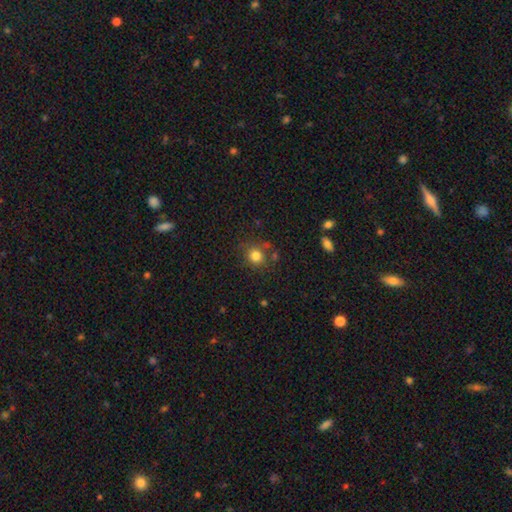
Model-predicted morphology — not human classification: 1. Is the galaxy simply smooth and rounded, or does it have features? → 80% smooth, 12% star or artifact, 7% featured or disk.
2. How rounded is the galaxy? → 86% round, 13% in between, 1% cigar-shaped.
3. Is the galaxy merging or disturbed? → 74% none, 14% minor disturbance, 6% merger, 5% major disturbance.